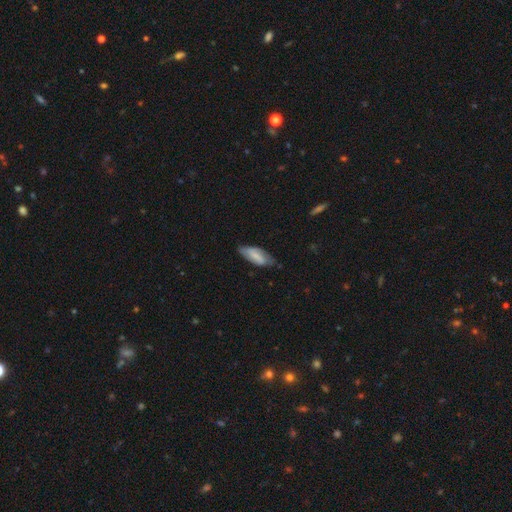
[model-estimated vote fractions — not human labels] Smooth or featured? smooth (63%)
How rounded? in between (78%)
Merging? none (58%)